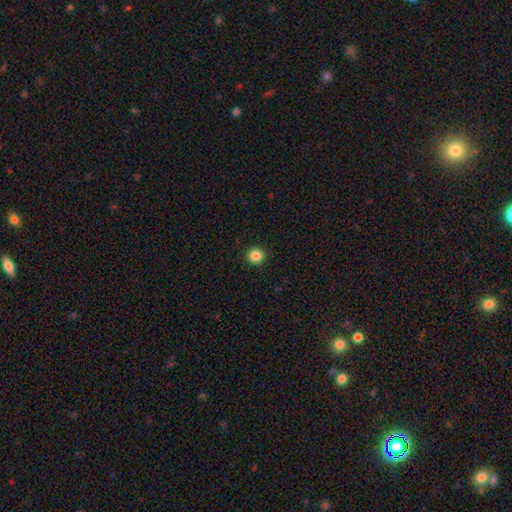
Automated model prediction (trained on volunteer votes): Morphology: type=smooth (86%); roundness=round (95%); merging=none (93%).